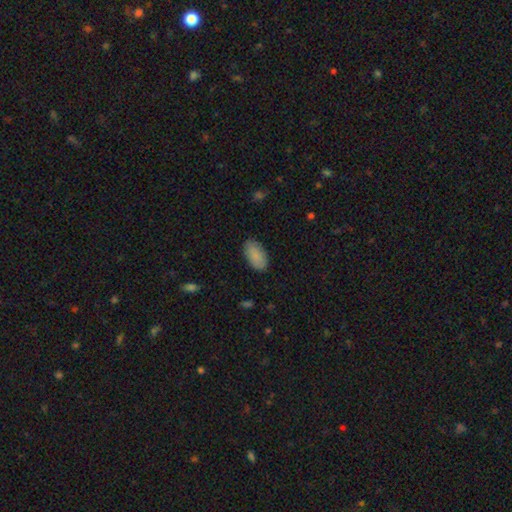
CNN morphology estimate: smooth-or-featured: smooth: 88% | star or artifact: 6% | featured or disk: 6%
  how-rounded: in between: 95% | cigar-shaped: 3% | round: 3%
  merging: none: 87% | minor disturbance: 10% | major disturbance: 2% | merger: 1%